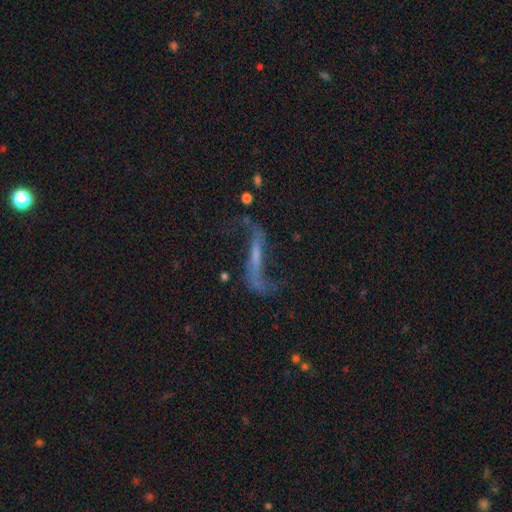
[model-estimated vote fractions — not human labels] Morphology: type=featured or disk (80%); edge-on=no (82%); bar=strong (50%); spiral arms=yes (89%); winding=loose (92%); arm count=2 (89%); bulge=none (49%); merging=none (56%).